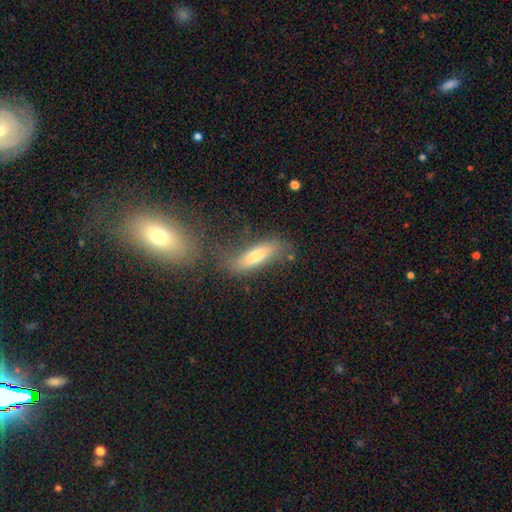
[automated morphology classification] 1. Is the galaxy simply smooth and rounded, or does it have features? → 64% smooth, 27% featured or disk, 9% star or artifact.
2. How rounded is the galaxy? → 53% cigar-shaped, 43% in between, 3% round.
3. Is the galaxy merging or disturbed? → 53% none, 19% merger, 18% minor disturbance, 10% major disturbance.